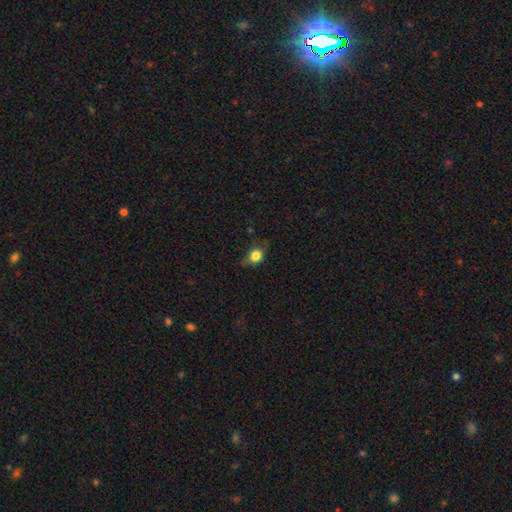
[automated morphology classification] smooth_or_featured: smooth (p=0.81) [alt: star or artifact p=0.10]
how_rounded: round (p=0.54) [alt: in between p=0.44]
merging: none (p=0.62) [alt: minor disturbance p=0.28]